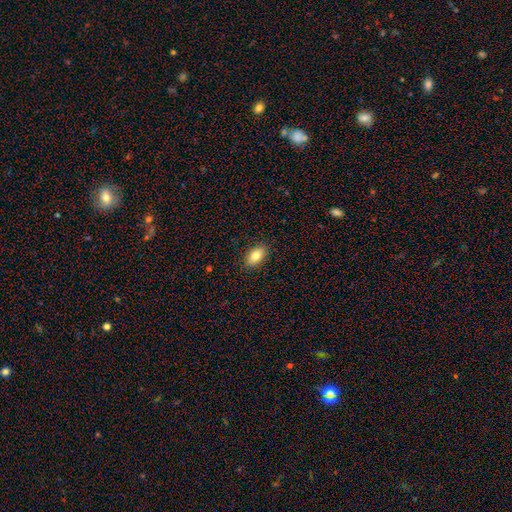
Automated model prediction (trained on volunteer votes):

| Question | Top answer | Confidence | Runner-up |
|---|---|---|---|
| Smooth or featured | smooth | 81% | featured or disk (11%) |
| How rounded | in between | 90% | round (5%) |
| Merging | none | 89% | minor disturbance (8%) |